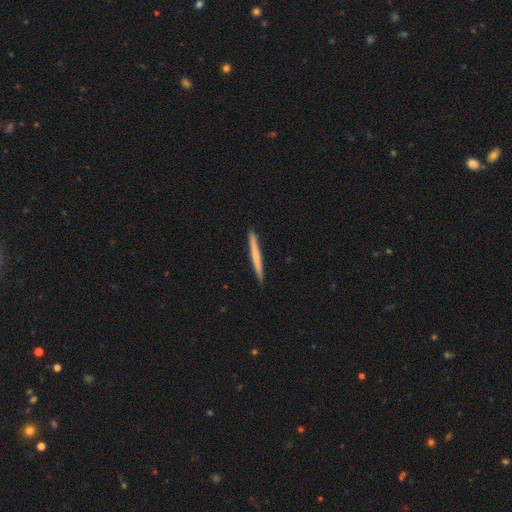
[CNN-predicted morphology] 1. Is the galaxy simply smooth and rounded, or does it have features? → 53% smooth, 42% featured or disk, 5% star or artifact.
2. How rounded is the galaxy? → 97% cigar-shaped, 2% in between, 1% round.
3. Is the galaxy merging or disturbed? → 92% none, 5% minor disturbance, 1% major disturbance, 1% merger.